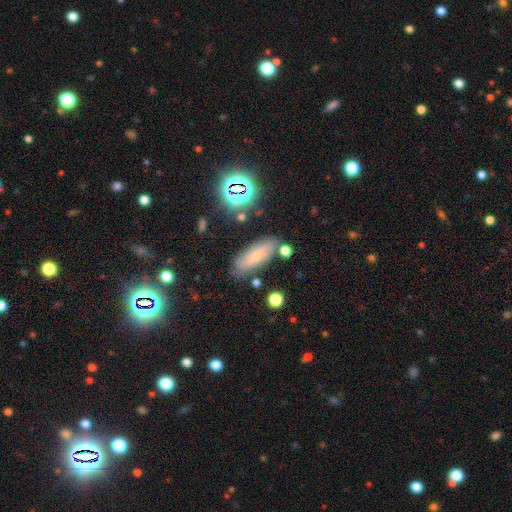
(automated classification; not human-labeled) The model was most divided on "smooth or featured": smooth: 49%, featured or disk: 36%, star or artifact: 14%. More confident: merging — none (75%).